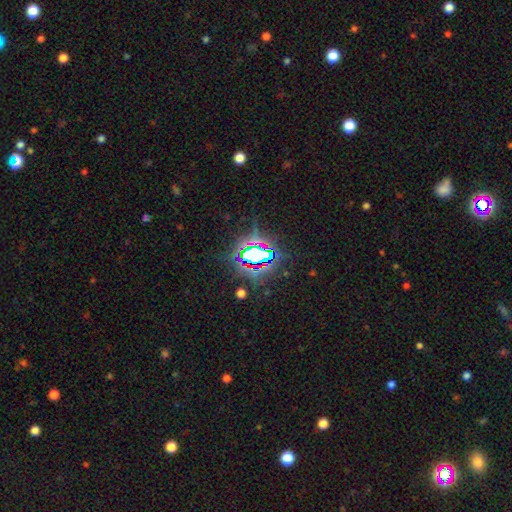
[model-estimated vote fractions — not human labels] smooth-or-featured: star or artifact: 72% | smooth: 15% | featured or disk: 13%